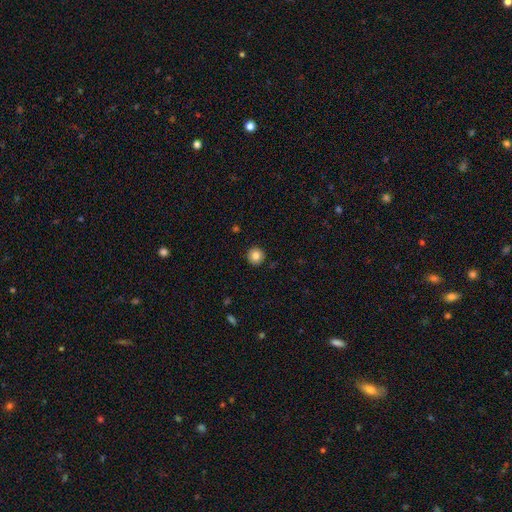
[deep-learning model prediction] This is clearly a smooth galaxy (84%). How rounded: clearly round (96%). Merging: clearly none (92%).